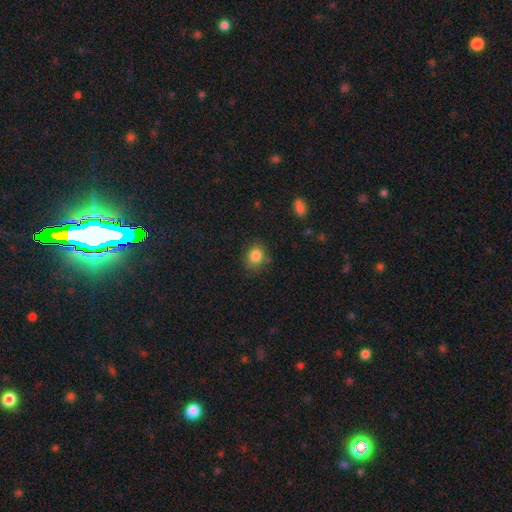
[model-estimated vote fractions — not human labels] Q: Smooth or featured?
A: smooth (84%); runner-up: star or artifact (11%)
Q: How rounded?
A: round (72%); runner-up: in between (27%)
Q: Merging?
A: none (78%); runner-up: minor disturbance (16%)